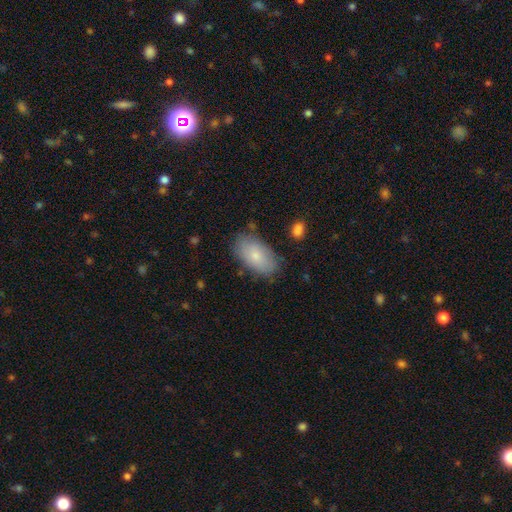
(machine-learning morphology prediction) smooth-or-featured: smooth: 78% | featured or disk: 15% | star or artifact: 6%
  how-rounded: in between: 94% | round: 4% | cigar-shaped: 2%
  merging: none: 78% | minor disturbance: 16% | major disturbance: 4% | merger: 2%